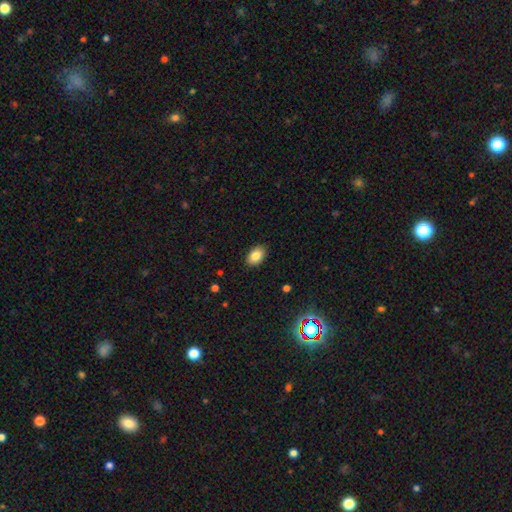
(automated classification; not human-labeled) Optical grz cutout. It shows a smooth galaxy with no disk features (85%) that is in between round and cigar-shaped (85%). Merging: none (88%).